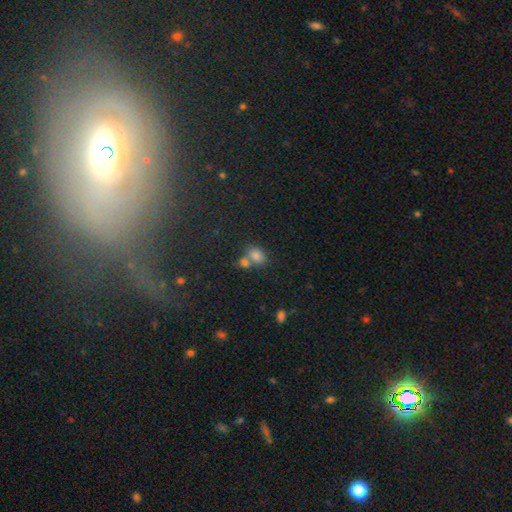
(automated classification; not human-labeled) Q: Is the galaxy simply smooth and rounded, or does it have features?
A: smooth — 78%.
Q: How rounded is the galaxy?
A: in between — 66%.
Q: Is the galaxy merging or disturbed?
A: merger — 46%.